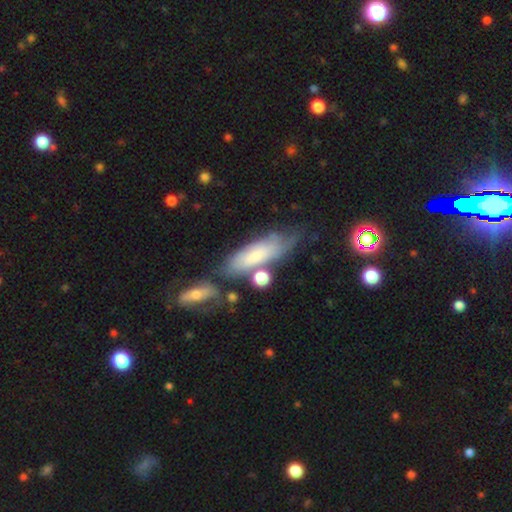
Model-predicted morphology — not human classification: smooth 58%, featured or disk 34%, star or artifact 8%. Down the decision tree: how rounded — in between (61%); merging — none (52%).